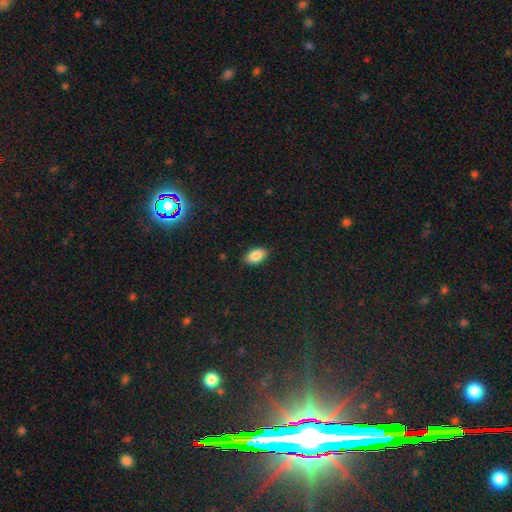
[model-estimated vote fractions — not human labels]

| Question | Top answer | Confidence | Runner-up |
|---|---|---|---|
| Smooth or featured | smooth | 86% | star or artifact (8%) |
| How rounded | in between | 92% | round (5%) |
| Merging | none | 86% | minor disturbance (11%) |